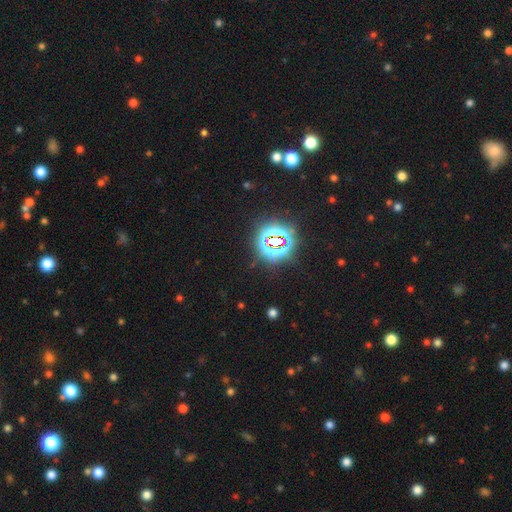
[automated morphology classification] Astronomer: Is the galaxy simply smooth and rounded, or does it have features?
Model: star or artifact — 82%.